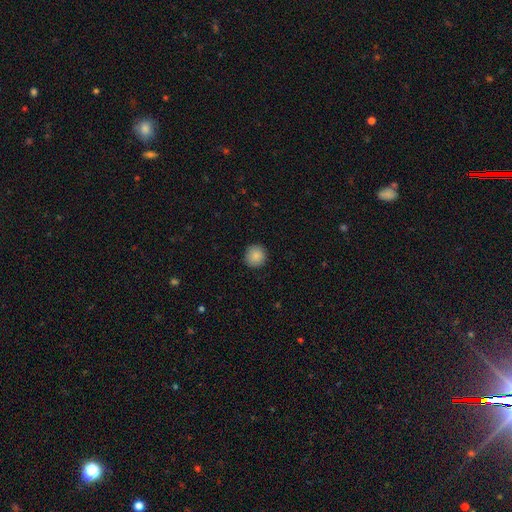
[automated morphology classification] smooth-or-featured: smooth: 88% | star or artifact: 8% | featured or disk: 4%
  how-rounded: round: 94% | in between: 5% | cigar-shaped: 1%
  merging: none: 91% | minor disturbance: 6% | major disturbance: 2% | merger: 1%